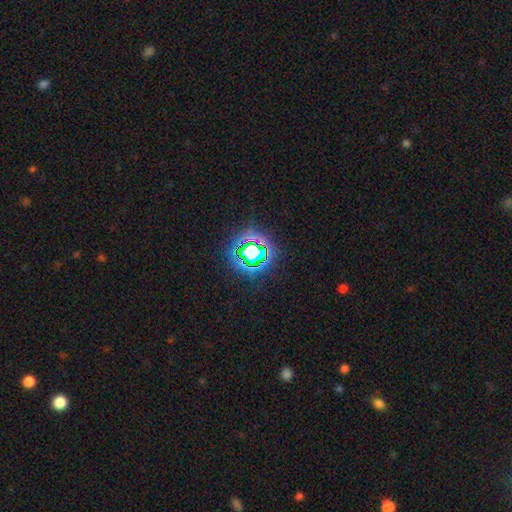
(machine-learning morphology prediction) The model was most divided on "smooth or featured": star or artifact: 68%, smooth: 20%, featured or disk: 12%.